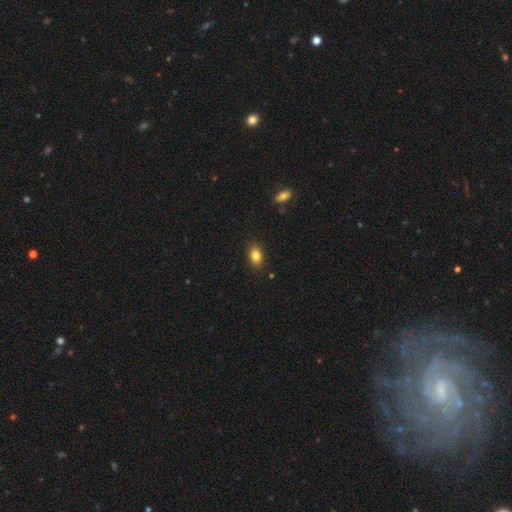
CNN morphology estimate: Smooth or featured: smooth — 83% (star or artifact — 9%)
How rounded: in between — 84% (round — 14%)
Merging: none — 86% (minor disturbance — 10%)